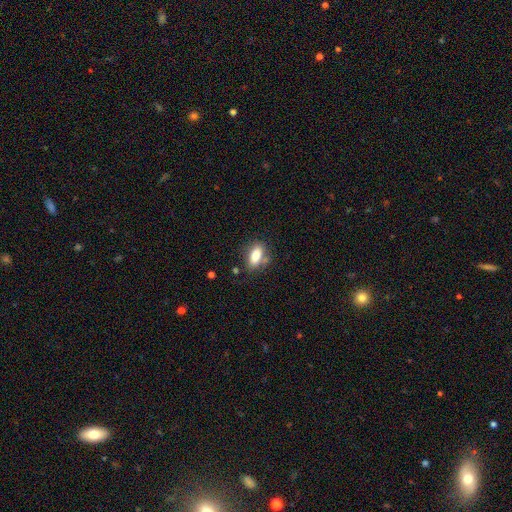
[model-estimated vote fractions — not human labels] Q: Smooth or featured?
A: smooth (83%); runner-up: featured or disk (8%)
Q: How rounded?
A: in between (88%); runner-up: cigar-shaped (7%)
Q: Merging?
A: none (67%); runner-up: minor disturbance (20%)